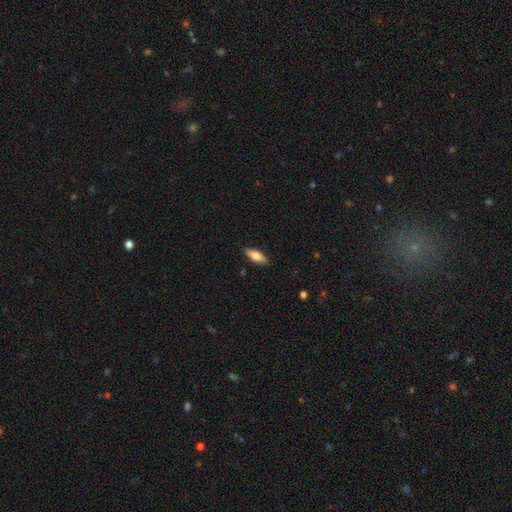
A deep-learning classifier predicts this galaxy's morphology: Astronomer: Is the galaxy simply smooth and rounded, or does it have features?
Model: smooth — 67%.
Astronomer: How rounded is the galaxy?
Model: in between — 62%.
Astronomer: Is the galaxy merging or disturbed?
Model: none — 87%.